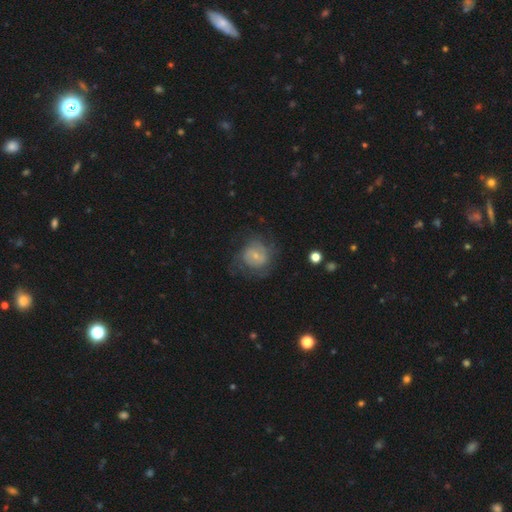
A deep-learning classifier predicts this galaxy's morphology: Overall: featured or disk (56%; smooth 36%). Edge-on disk: no (97%). Bar: no (62%; weak 32%). Spiral arms: yes (67%; no 33%). Bulge size: small (64%; moderate 30%). Merging: none (57%; minor disturbance 22%).